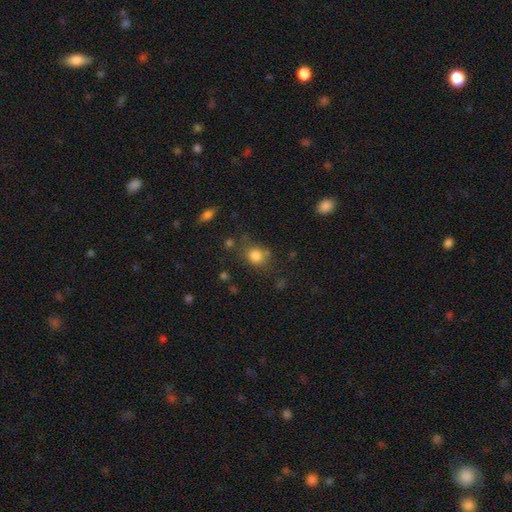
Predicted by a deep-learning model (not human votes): This appears to be a smooth galaxy with no disk features (81%) that is round (67%). Merging: none (66%).